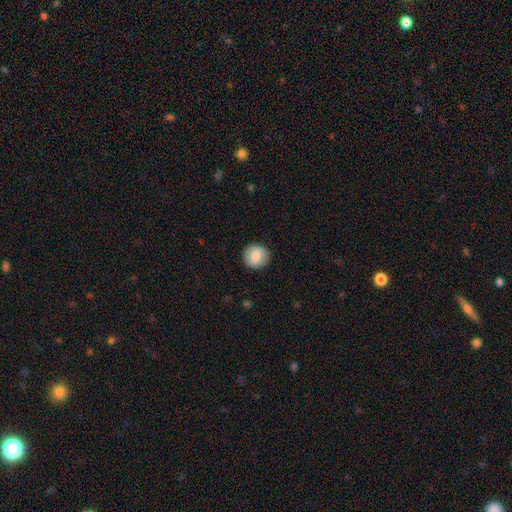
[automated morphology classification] The model was most divided on "smooth or featured": smooth: 84%, featured or disk: 9%, star or artifact: 7%. More confident: how rounded — round (92%); merging — none (90%).